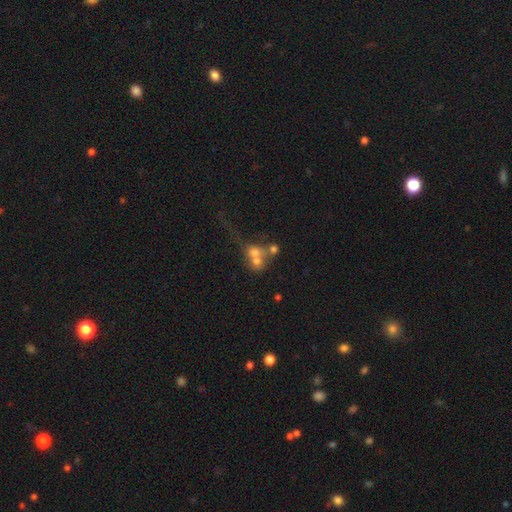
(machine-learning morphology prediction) type=smooth (56%); roundness=round (65%); merging=merger (61%).